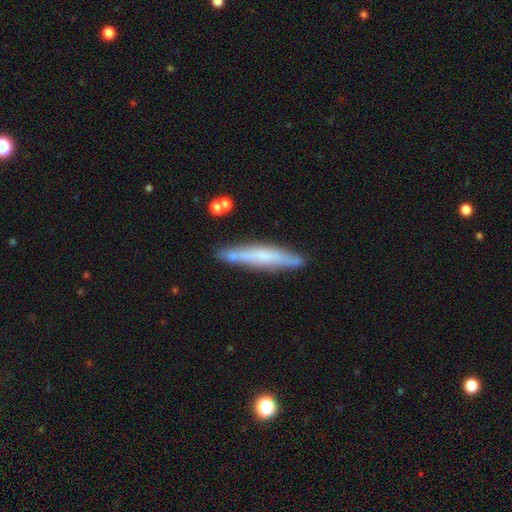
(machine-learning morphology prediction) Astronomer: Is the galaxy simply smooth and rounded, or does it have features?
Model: featured or disk — 49% (runner-up: smooth, 43%).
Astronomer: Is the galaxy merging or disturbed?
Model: none — 78%.